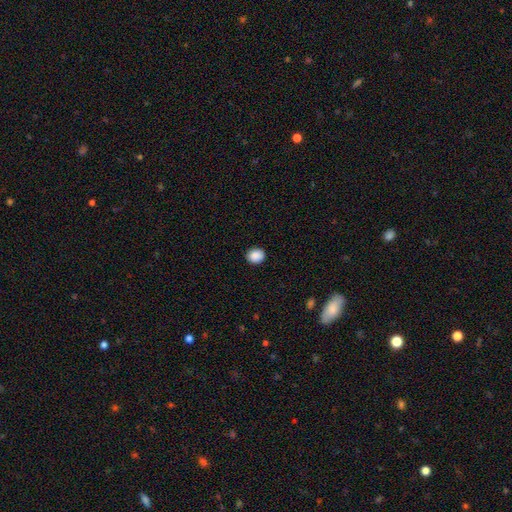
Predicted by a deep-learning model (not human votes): A smooth galaxy with no disk features (89%) that is round (75%). Merging: none (91%).